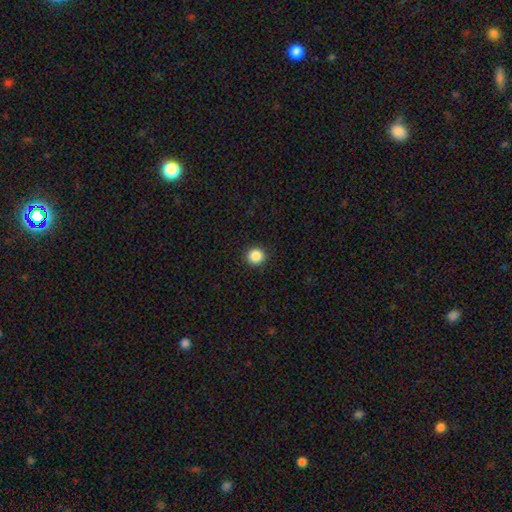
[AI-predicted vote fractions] Overall: smooth (87%). How rounded: round (94%). Merging: none (93%).